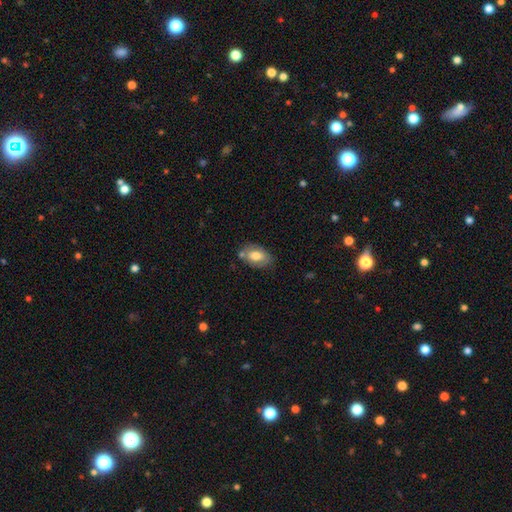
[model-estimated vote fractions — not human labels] The model was most divided on "merging": none: 66%, minor disturbance: 20%, merger: 9%, major disturbance: 5%. More confident: how rounded — in between (90%); smooth or featured — smooth (70%).